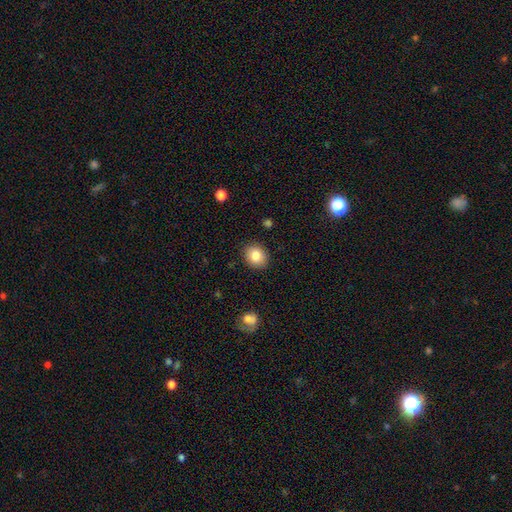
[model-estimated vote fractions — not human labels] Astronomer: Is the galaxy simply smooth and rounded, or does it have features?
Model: smooth — 83%.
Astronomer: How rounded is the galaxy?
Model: round — 67%.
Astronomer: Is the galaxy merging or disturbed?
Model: none — 89%.